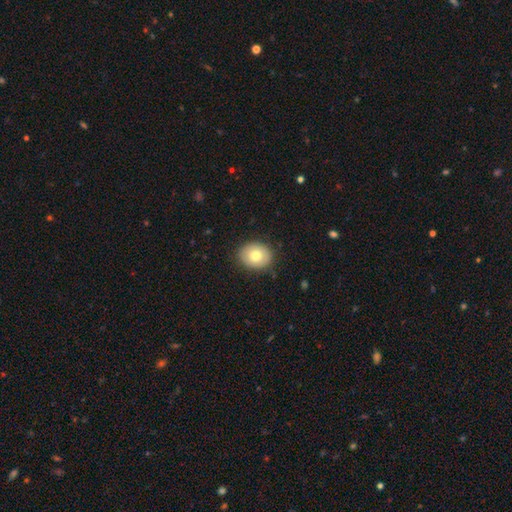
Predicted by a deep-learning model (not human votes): The model was most divided on "how rounded": round: 55%, in between: 44%, cigar-shaped: 1%. More confident: merging — none (86%); smooth or featured — smooth (77%).